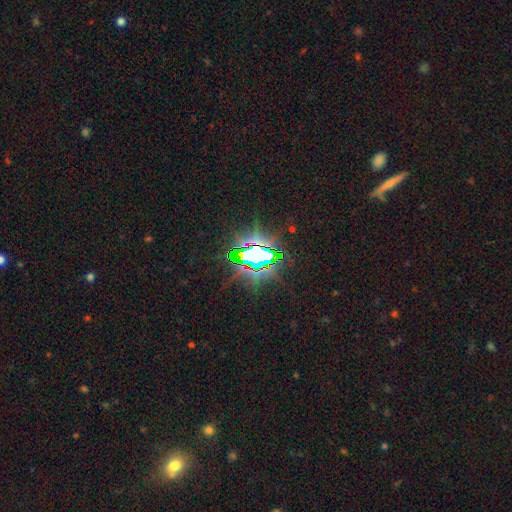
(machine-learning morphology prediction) Q: Smooth or featured?
A: star or artifact (77%); runner-up: smooth (12%)